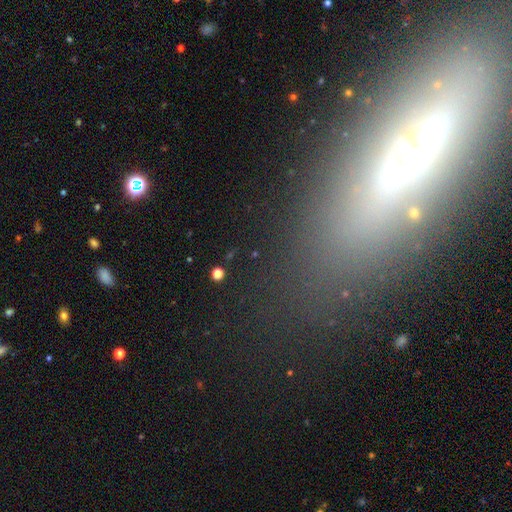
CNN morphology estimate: Smooth or featured?
  - featured or disk: 40% *
  - smooth: 36%
  - star or artifact: 23%
Merging?
  - none: 69% *
  - minor disturbance: 16%
  - major disturbance: 10%
  - merger: 5%